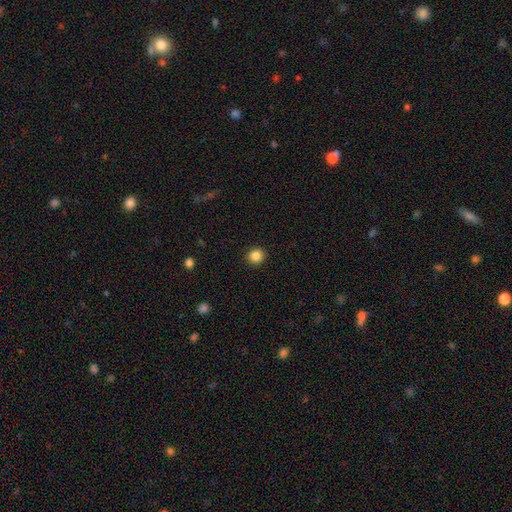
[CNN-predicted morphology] This is clearly a smooth galaxy (86%). How rounded: clearly round (90%). Merging: clearly none (93%).